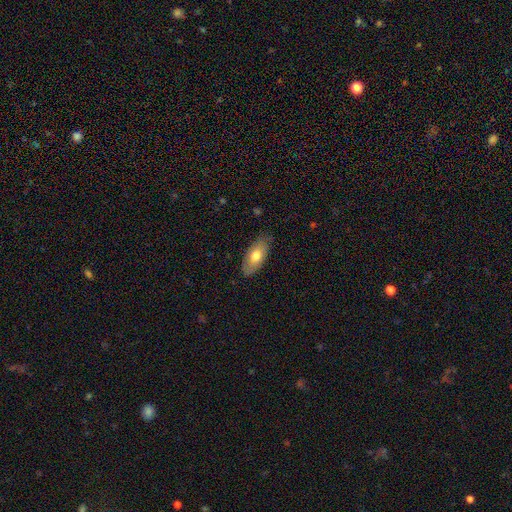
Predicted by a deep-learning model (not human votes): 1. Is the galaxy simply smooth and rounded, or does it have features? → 68% smooth, 26% featured or disk, 6% star or artifact.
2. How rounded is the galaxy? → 87% in between, 10% cigar-shaped, 3% round.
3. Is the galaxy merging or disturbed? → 81% none, 15% minor disturbance, 3% major disturbance, 1% merger.